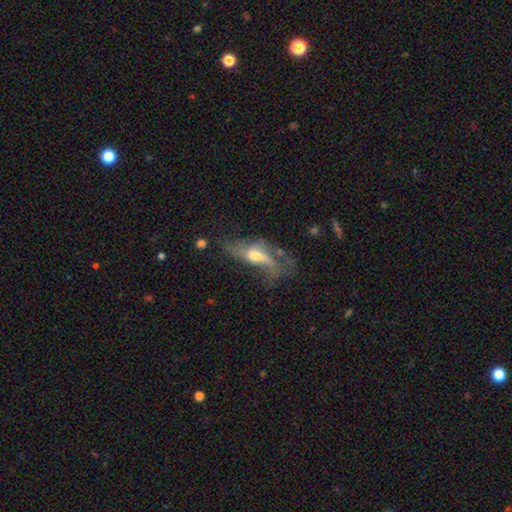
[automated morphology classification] Smooth or featured: featured or disk — 60% (smooth — 30%)
Edge-on disk: no — 77% (yes — 23%)
Merging: major disturbance — 40% (none — 30%)